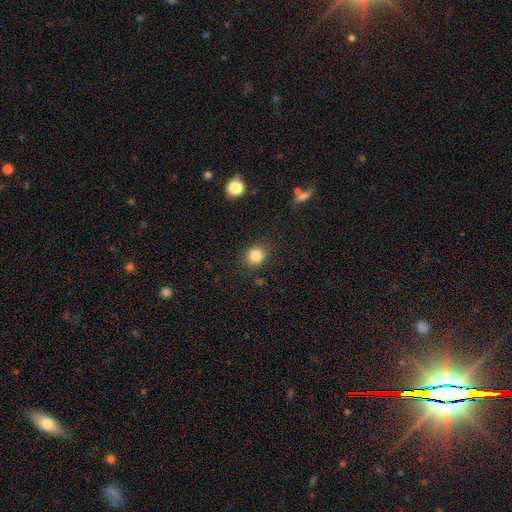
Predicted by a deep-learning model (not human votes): Smooth or featured? smooth (85%)
How rounded? round (79%)
Merging? none (87%)